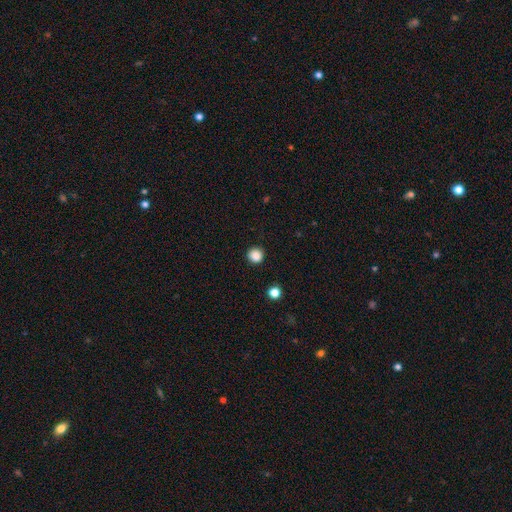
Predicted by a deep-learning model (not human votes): smooth 87%, star or artifact 11%, featured or disk 3%. Down the decision tree: how rounded — round (95%); merging — none (92%).